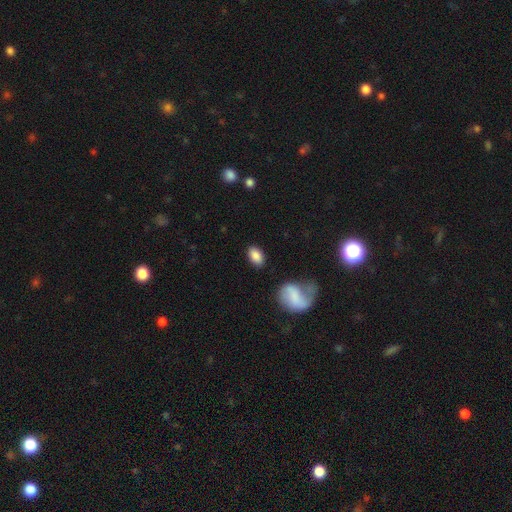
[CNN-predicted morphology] smooth_or_featured: smooth (p=0.85) [alt: featured or disk p=0.07]
how_rounded: in between (p=0.91) [alt: round p=0.07]
merging: none (p=0.83) [alt: minor disturbance p=0.11]